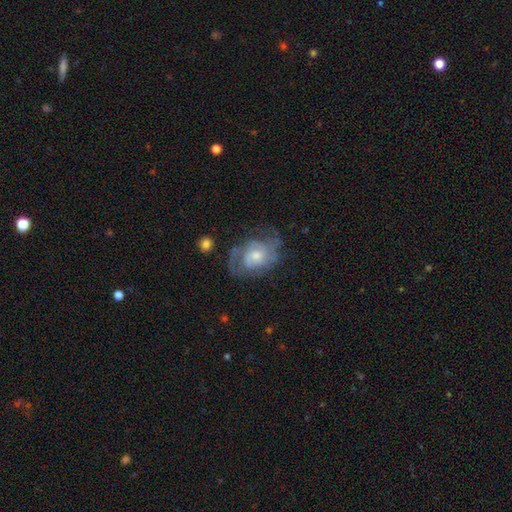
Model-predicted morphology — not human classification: Smooth or featured? featured or disk (76%)
Edge-on disk? no (97%)
Bar? no (71%)
Spiral arms? yes (89%)
Spiral winding? medium (43%)
Spiral arm count? 2 (51%)
Bulge size? moderate (54%)
Merging? none (61%)